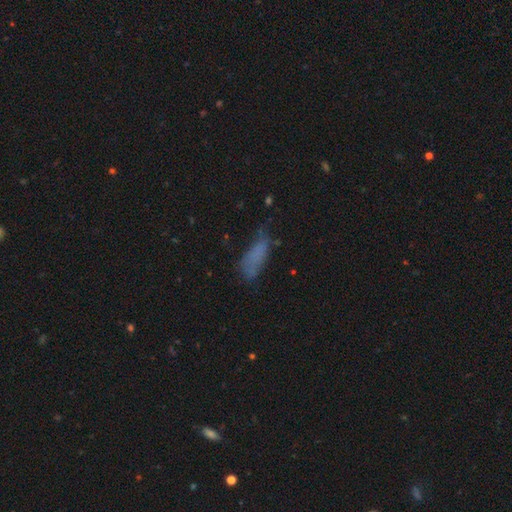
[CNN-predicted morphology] smooth-or-featured: smooth: 67% | featured or disk: 18% | star or artifact: 15%
  how-rounded: in between: 60% | cigar-shaped: 37% | round: 3%
  merging: none: 47% | minor disturbance: 29% | major disturbance: 20% | merger: 4%